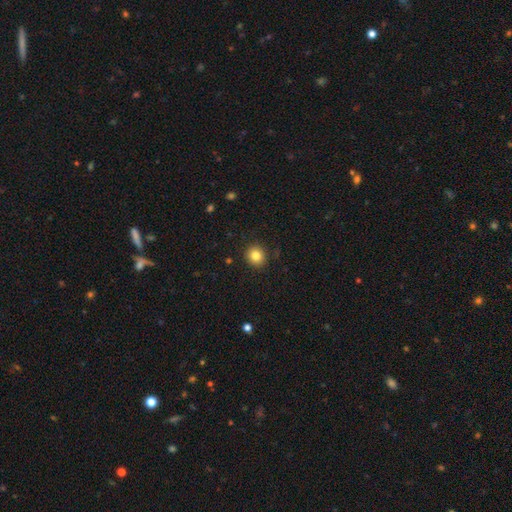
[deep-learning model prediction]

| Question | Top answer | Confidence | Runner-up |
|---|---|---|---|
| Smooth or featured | smooth | 83% | star or artifact (11%) |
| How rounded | round | 89% | in between (10%) |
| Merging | none | 91% | minor disturbance (6%) |